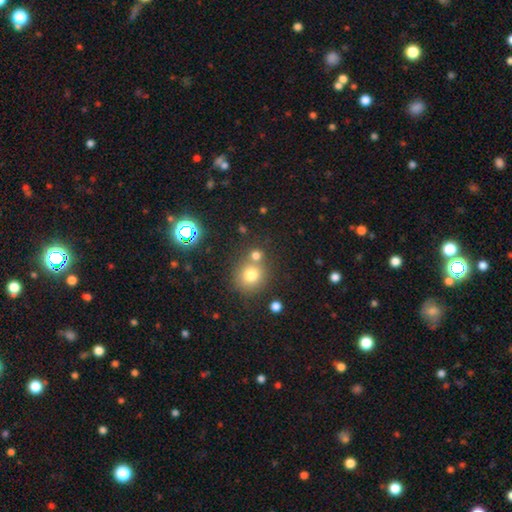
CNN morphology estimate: Smooth or featured?
  - smooth: 72% *
  - star or artifact: 18%
  - featured or disk: 10%
How rounded?
  - round: 86% *
  - in between: 13%
  - cigar-shaped: 1%
Merging?
  - none: 59% *
  - merger: 30%
  - minor disturbance: 8%
  - major disturbance: 4%